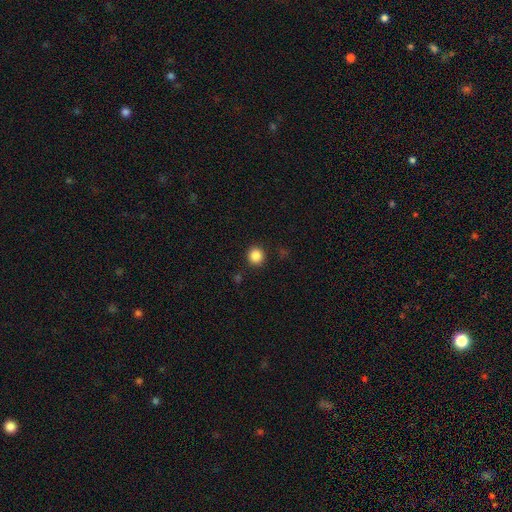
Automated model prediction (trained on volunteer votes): Overall: smooth (86%). How rounded: round (91%). Merging: none (91%).